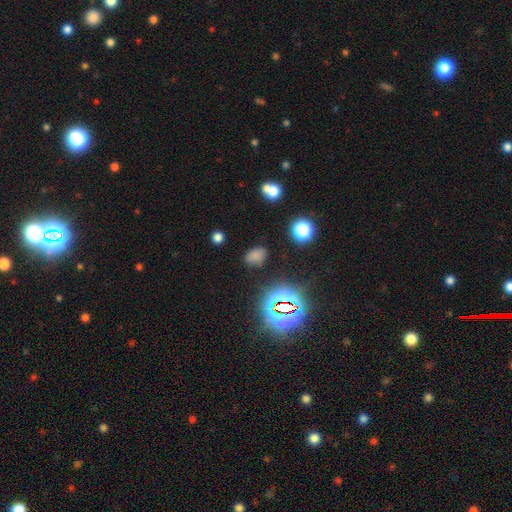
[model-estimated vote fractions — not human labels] Smooth or featured? Predicted: smooth (p=0.68). How rounded? Predicted: in between (p=0.79). Merging? Predicted: none (p=0.77).